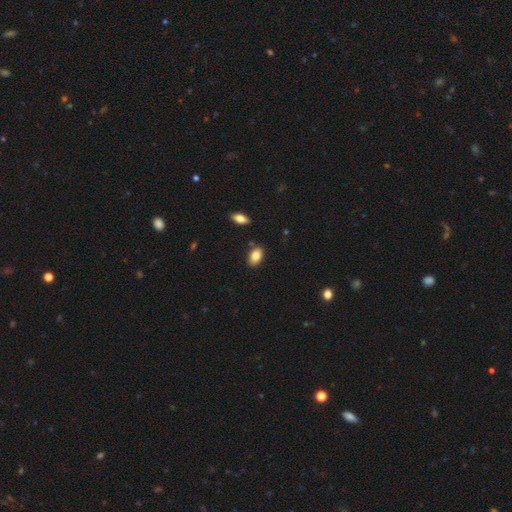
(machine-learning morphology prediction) Smooth or featured: smooth — 83% (featured or disk — 9%)
How rounded: in between — 90% (round — 8%)
Merging: none — 82% (minor disturbance — 11%)